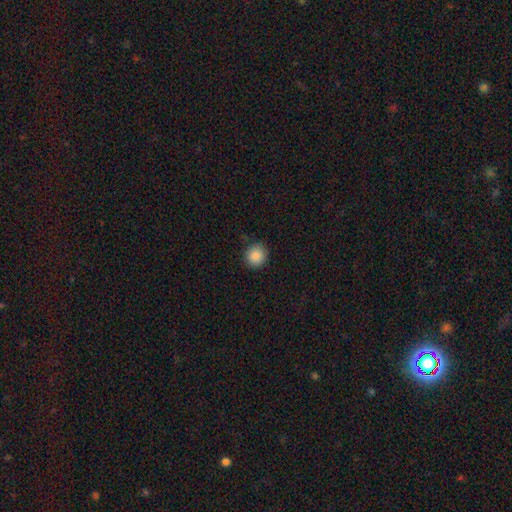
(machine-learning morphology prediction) This appears to be a smooth galaxy with no disk features (87%) that is round (87%). Merging: none (88%).